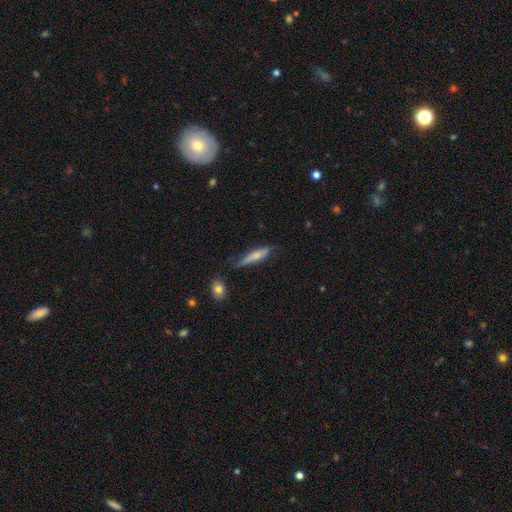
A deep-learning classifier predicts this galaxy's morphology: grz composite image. It shows a smooth galaxy with no disk features (59%) that is cigar-shaped (80%). Merging: none (58%).